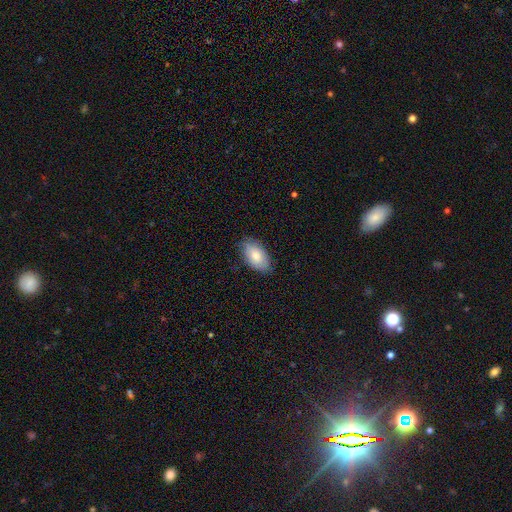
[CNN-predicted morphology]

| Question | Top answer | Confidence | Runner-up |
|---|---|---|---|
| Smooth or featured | smooth | 76% | featured or disk (18%) |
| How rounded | in between | 94% | round (4%) |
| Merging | none | 80% | minor disturbance (16%) |